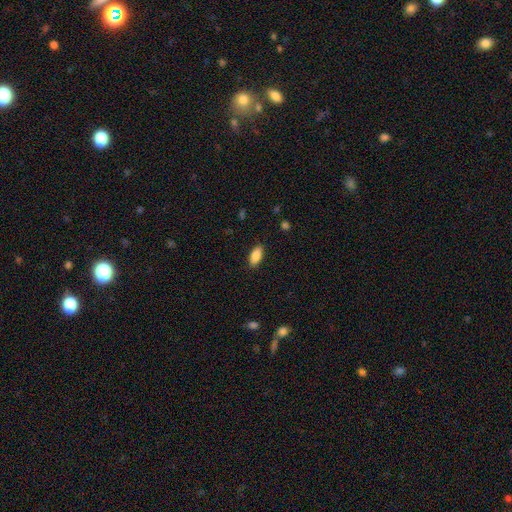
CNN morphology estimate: A smooth galaxy with no disk features (87%) that is in between round and cigar-shaped (89%).

Vote fractions:
- Smooth or featured? smooth: 87% / star or artifact: 7% / featured or disk: 6%
- How rounded? in between: 89% / cigar-shaped: 9% / round: 3%
- Merging? none: 87% / minor disturbance: 10% / major disturbance: 2% / merger: 1%